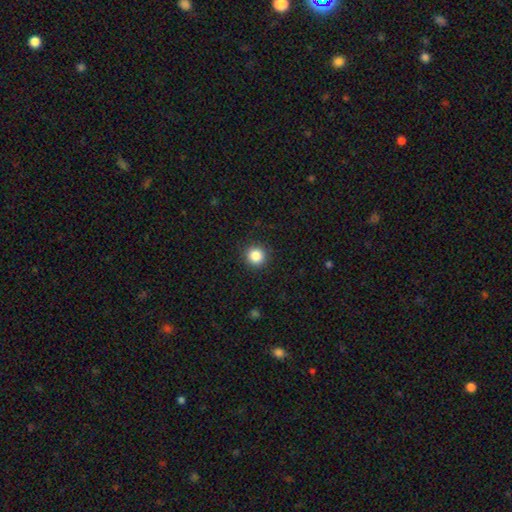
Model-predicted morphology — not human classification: Smooth or featured: smooth — 85% (star or artifact — 11%)
How rounded: round — 94% (in between — 5%)
Merging: none — 91% (minor disturbance — 6%)